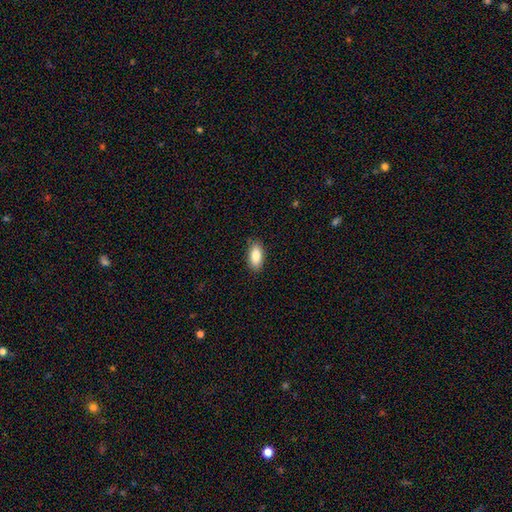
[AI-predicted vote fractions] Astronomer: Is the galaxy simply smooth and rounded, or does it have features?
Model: smooth — 86%.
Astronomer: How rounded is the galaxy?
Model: in between — 91%.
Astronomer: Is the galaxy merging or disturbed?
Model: none — 86%.